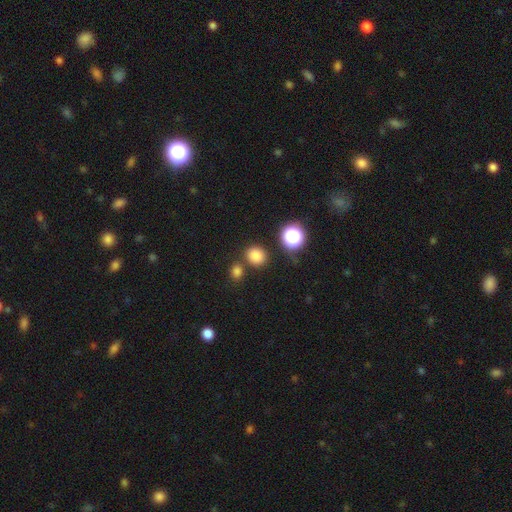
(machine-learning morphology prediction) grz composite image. It shows a smooth galaxy with no disk features (80%) that is round (77%). Merging: none (77%).